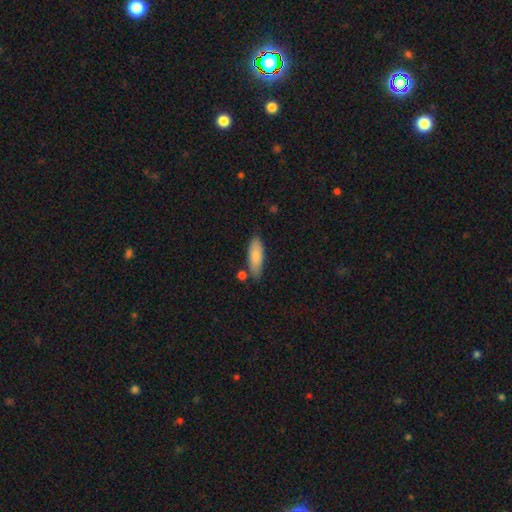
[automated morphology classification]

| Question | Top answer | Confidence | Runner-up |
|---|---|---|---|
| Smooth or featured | smooth | 83% | featured or disk (11%) |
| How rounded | in between | 59% | cigar-shaped (39%) |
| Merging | none | 75% | minor disturbance (16%) |